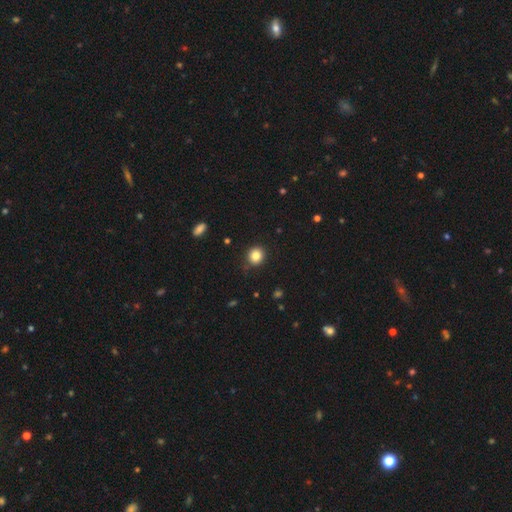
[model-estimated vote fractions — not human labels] A smooth galaxy with no disk features (84%) that is round (85%). Merging: none (86%).